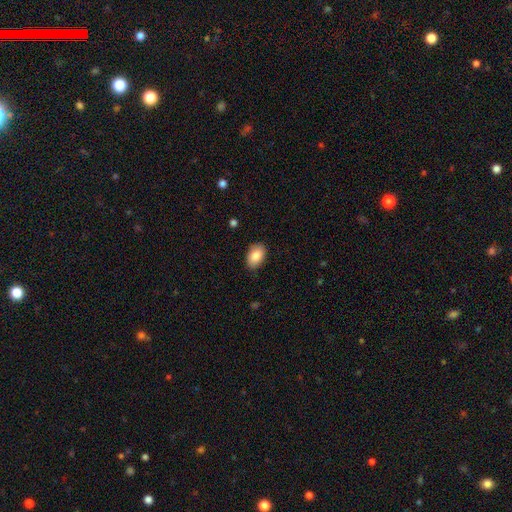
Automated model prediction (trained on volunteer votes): Smooth or featured?
  - smooth: 86% *
  - featured or disk: 7%
  - star or artifact: 7%
How rounded?
  - in between: 90% *
  - round: 8%
  - cigar-shaped: 1%
Merging?
  - none: 87% *
  - minor disturbance: 10%
  - major disturbance: 2%
  - merger: 1%